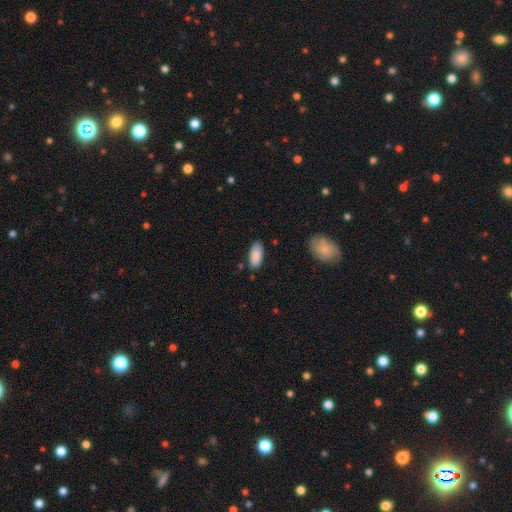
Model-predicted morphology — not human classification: Overall: smooth (88%). How rounded: in between (89%). Merging: none (80%).